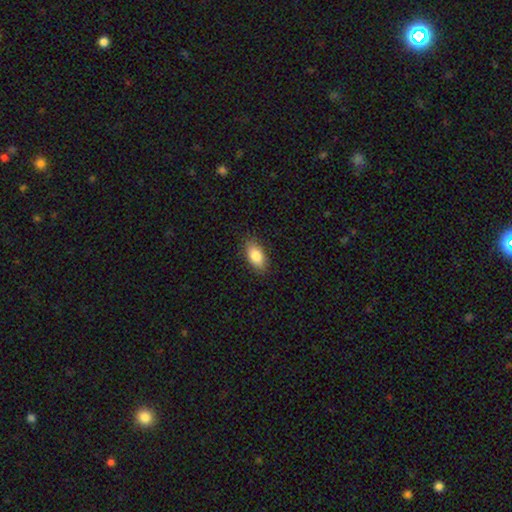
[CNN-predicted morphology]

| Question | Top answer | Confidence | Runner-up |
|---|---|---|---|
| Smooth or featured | smooth | 85% | featured or disk (8%) |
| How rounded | in between | 92% | round (4%) |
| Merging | none | 86% | minor disturbance (11%) |